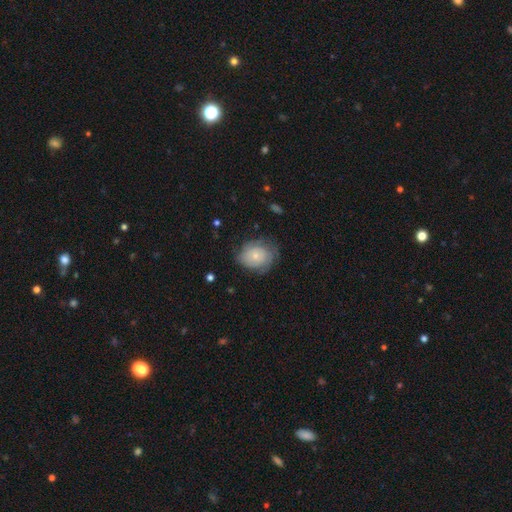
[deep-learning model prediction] smooth 54%, featured or disk 39%, star or artifact 8%. Down the decision tree: how rounded — round (53%); merging — none (59%).